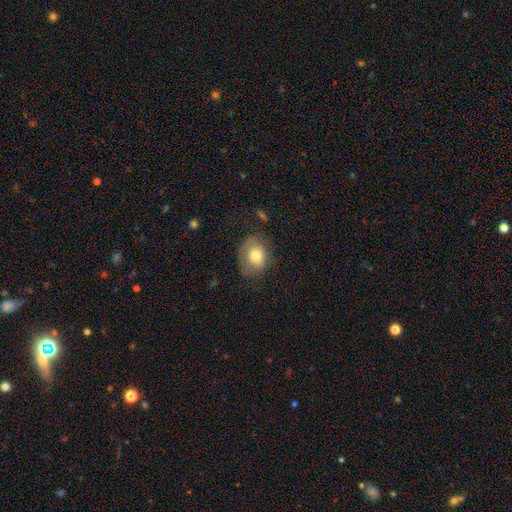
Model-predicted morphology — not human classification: smooth 74%, featured or disk 17%, star or artifact 8%. Down the decision tree: how rounded — in between (54%); merging — none (66%).